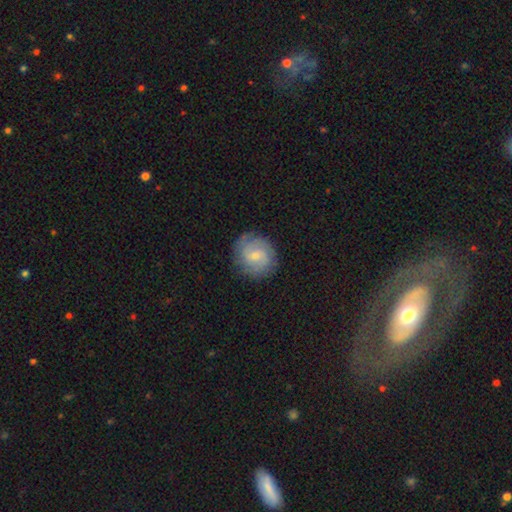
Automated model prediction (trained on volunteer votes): smooth-or-featured: featured or disk: 55% | smooth: 38% | star or artifact: 7%
  disk-edge-on: no: 98% | yes: 2%
    bar: no: 48% | weak: 45% | strong: 7%
    has-spiral-arms: yes: 85% | no: 15%
    bulge-size: small: 65% | moderate: 29% | none: 3% | large: 2% | dominant: 1%
  merging: none: 82% | minor disturbance: 13% | major disturbance: 4% | merger: 1%